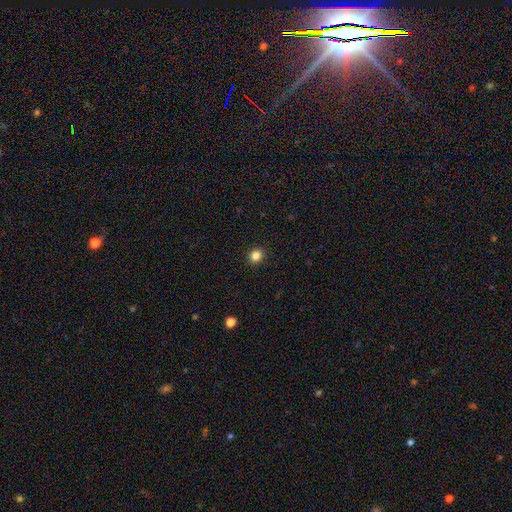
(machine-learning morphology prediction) Q: Smooth or featured?
A: smooth (84%); runner-up: star or artifact (12%)
Q: How rounded?
A: round (83%); runner-up: in between (16%)
Q: Merging?
A: none (92%); runner-up: minor disturbance (5%)